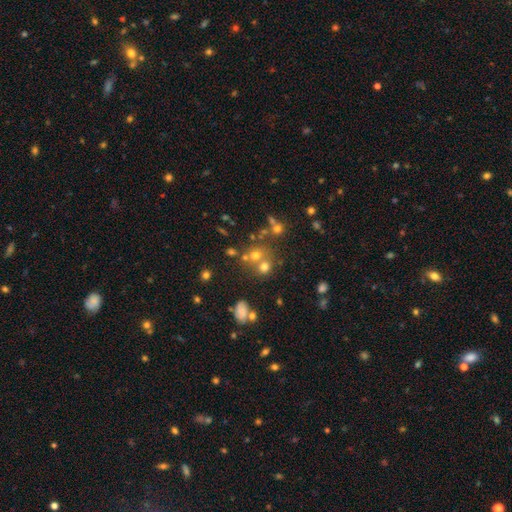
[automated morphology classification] Overall: smooth (52%; star or artifact 30%). How rounded: round (82%). Merging: none (52%; merger 34%).